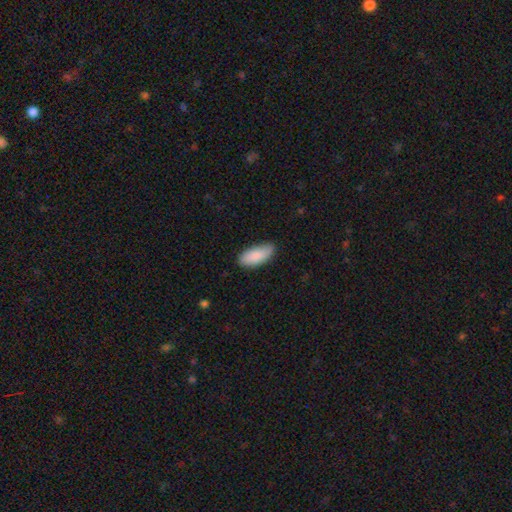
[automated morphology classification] This appears to be a smooth galaxy with no disk features (88%) that is in between round and cigar-shaped (86%). Merging: none (78%).